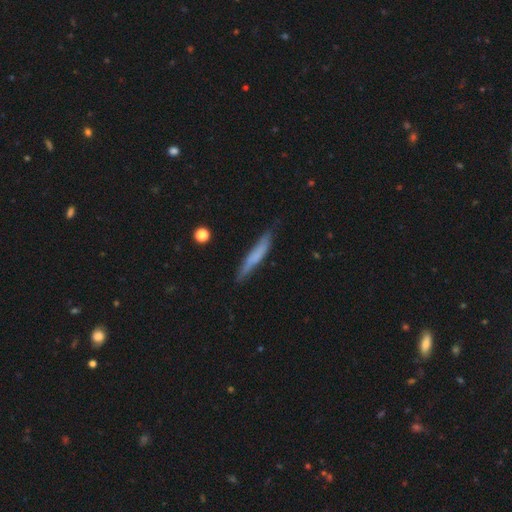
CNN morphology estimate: A smooth galaxy with no disk features (60%) that is cigar-shaped (93%).

Vote fractions:
- Smooth or featured? smooth: 60% / featured or disk: 33% / star or artifact: 6%
- How rounded? cigar-shaped: 93% / in between: 6% / round: 1%
- Merging? none: 75% / minor disturbance: 20% / major disturbance: 4% / merger: 2%